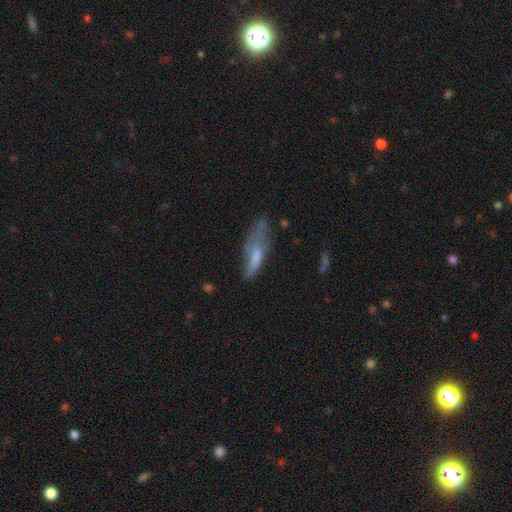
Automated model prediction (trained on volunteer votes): Morphology: type=smooth (53%); roundness=cigar-shaped (56%); merging=none (37%).